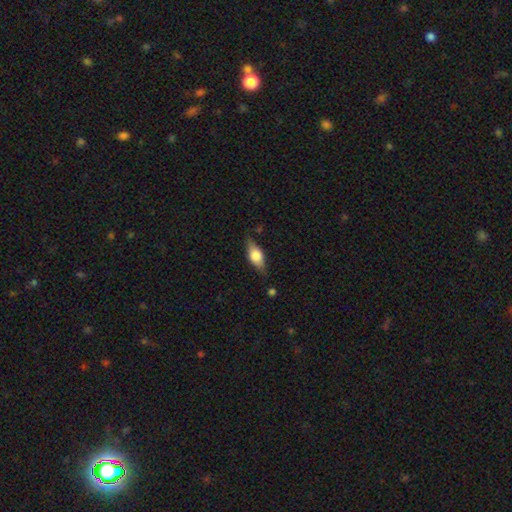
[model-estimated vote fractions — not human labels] This appears to be a smooth galaxy with no disk features (57%) that is in between round and cigar-shaped (76%). Merging: none (75%).